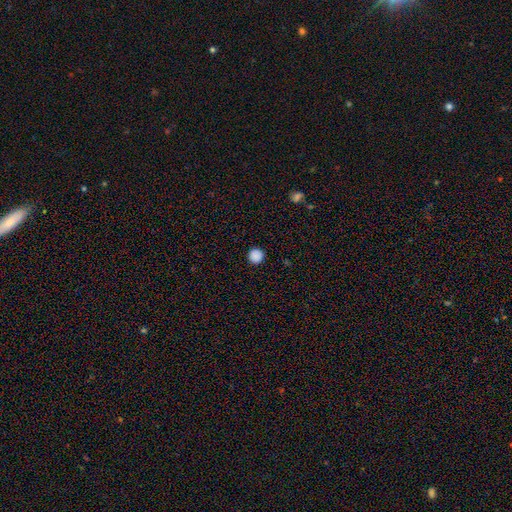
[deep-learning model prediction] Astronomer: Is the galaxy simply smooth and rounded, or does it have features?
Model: smooth — 88%.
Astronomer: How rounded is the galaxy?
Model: round — 95%.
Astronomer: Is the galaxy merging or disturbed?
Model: none — 93%.